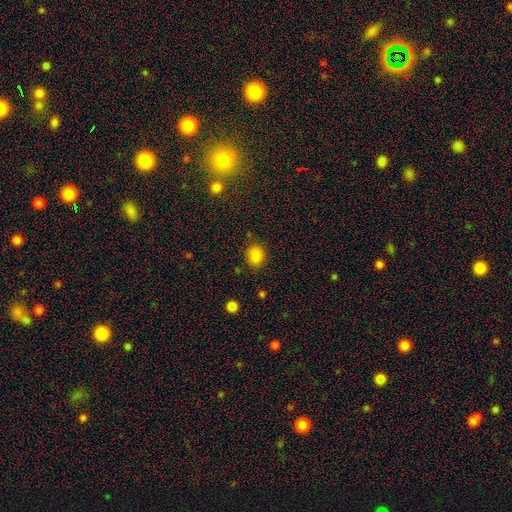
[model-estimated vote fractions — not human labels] Smooth or featured: smooth — 84% (star or artifact — 11%)
How rounded: round — 65% (in between — 34%)
Merging: none — 83% (minor disturbance — 11%)